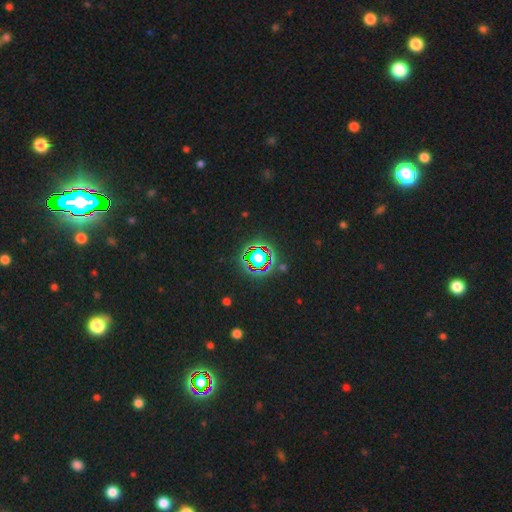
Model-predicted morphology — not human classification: smooth_or_featured: star or artifact (p=0.66) [alt: smooth p=0.22]